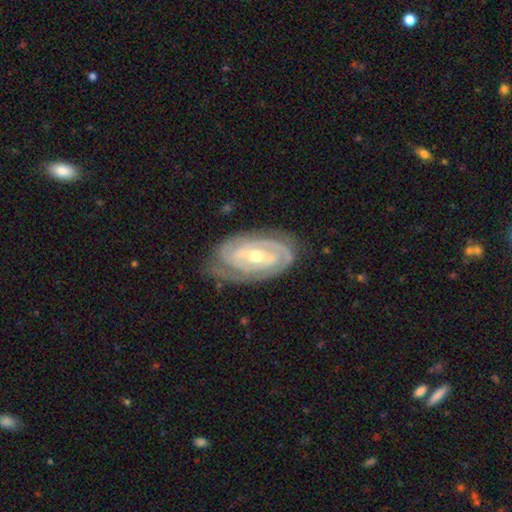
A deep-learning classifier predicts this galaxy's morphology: featured or disk 89%, smooth 7%, star or artifact 4%. Down the decision tree: edge-on disk — no (95%); bar — weak (38%); spiral arms — yes (96%); spiral arm count — 2 (63%); spiral winding — tight (80%); bulge size — moderate (63%); merging — none (77%).